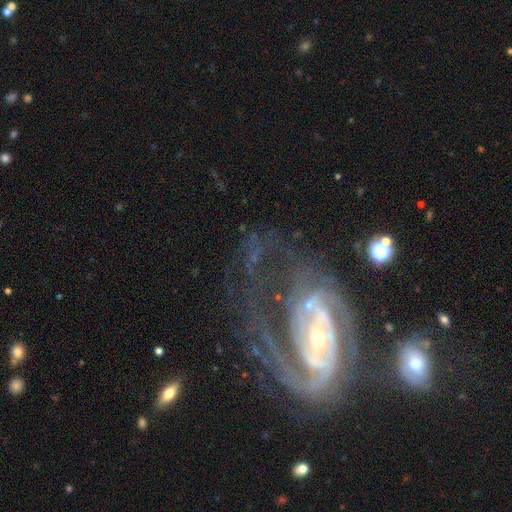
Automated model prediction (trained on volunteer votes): Smooth or featured? featured or disk (89%)
Edge-on disk? no (96%)
Bar? no (37%)
Spiral arms? yes (96%)
Spiral winding? tight (46%)
Spiral arm count? 2 (51%)
Bulge size? small (64%)
Merging? none (42%)